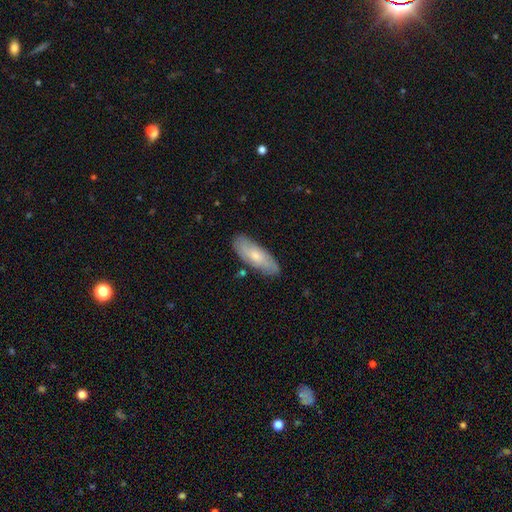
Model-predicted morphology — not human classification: The model was most divided on "smooth or featured": smooth: 62%, featured or disk: 32%, star or artifact: 6%. More confident: merging — none (81%); how rounded — in between (68%).